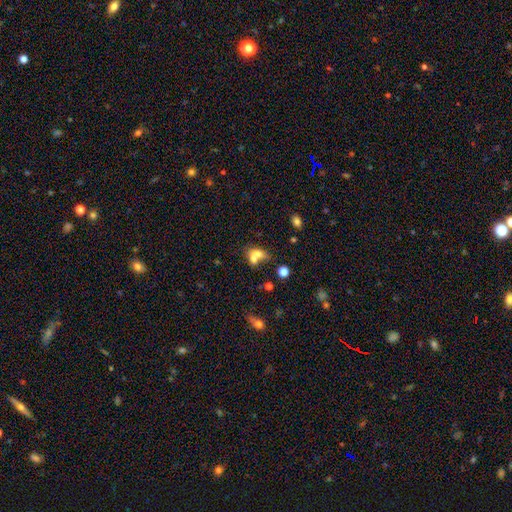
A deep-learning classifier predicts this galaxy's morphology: This is likely a smooth galaxy (68%). How rounded: likely in between (61%). Merging: likely merger (66%).